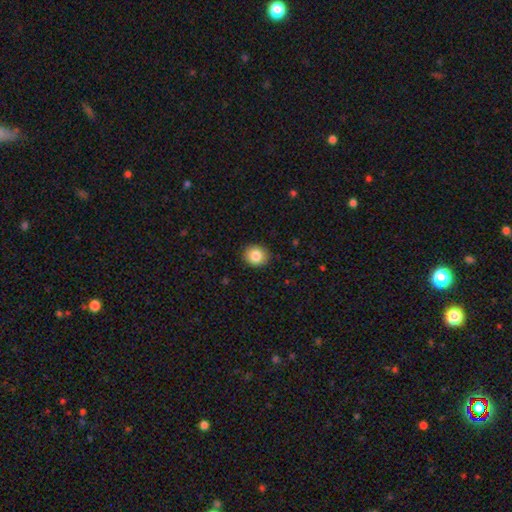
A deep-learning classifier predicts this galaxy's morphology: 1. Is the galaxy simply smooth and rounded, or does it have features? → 84% smooth, 9% star or artifact, 7% featured or disk.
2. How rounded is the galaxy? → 76% round, 24% in between, 1% cigar-shaped.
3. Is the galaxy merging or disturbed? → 90% none, 7% minor disturbance, 2% major disturbance, 1% merger.